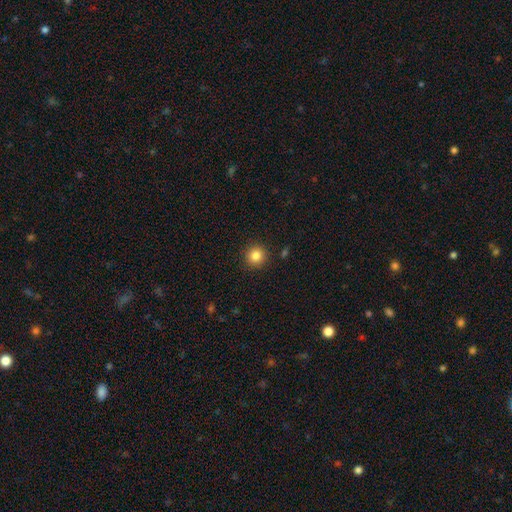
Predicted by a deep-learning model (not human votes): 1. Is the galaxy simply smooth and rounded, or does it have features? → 84% smooth, 11% star or artifact, 5% featured or disk.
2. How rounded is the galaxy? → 94% round, 5% in between, 1% cigar-shaped.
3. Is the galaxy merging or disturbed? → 91% none, 6% minor disturbance, 2% major disturbance, 1% merger.